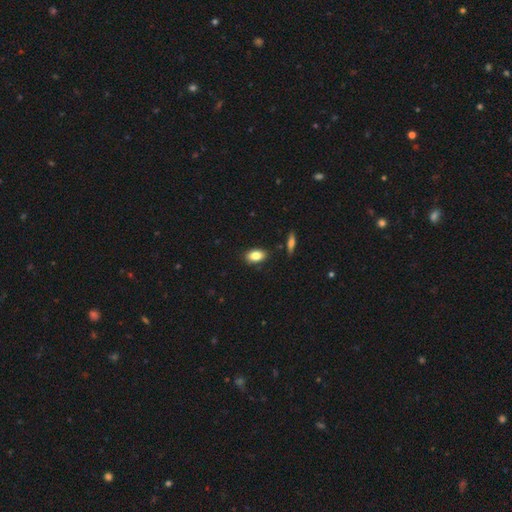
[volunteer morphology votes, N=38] Overall: smooth (89%). How rounded: in between (85%). Merging: none (92%).